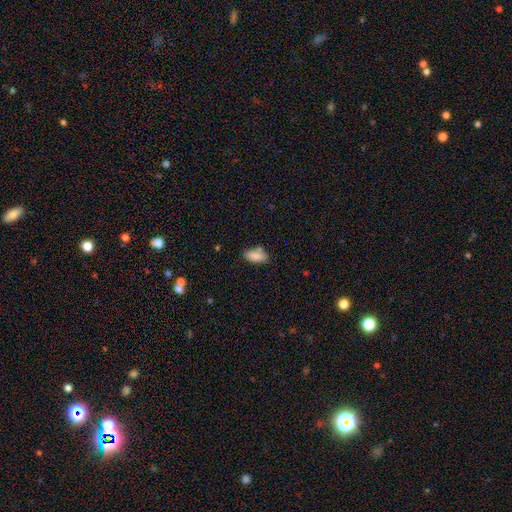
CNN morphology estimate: Smooth or featured?
  - smooth: 86% *
  - star or artifact: 7%
  - featured or disk: 7%
How rounded?
  - in between: 88% *
  - cigar-shaped: 9%
  - round: 3%
Merging?
  - none: 71% *
  - minor disturbance: 18%
  - merger: 8%
  - major disturbance: 4%